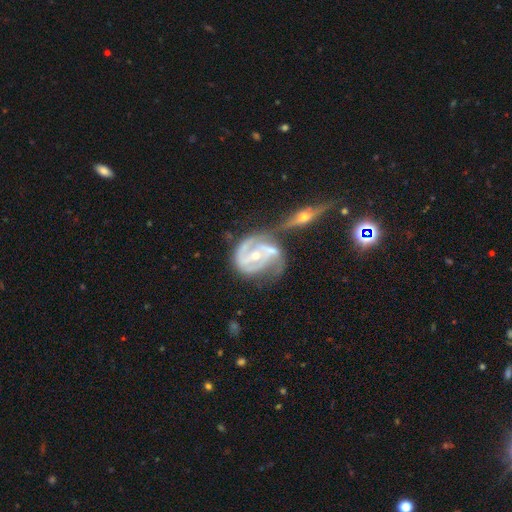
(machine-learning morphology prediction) Q: Smooth or featured?
A: featured or disk (87%); runner-up: smooth (8%)
Q: Edge-on disk?
A: no (97%); runner-up: yes (3%)
Q: Bar?
A: weak (39%); runner-up: no (31%)
Q: Spiral arms?
A: yes (94%); runner-up: no (6%)
Q: Spiral winding?
A: medium (45%); runner-up: tight (40%)
Q: Spiral arm count?
A: 2 (58%); runner-up: 3 (18%)
Q: Bulge size?
A: small (54%); runner-up: moderate (42%)
Q: Merging?
A: merger (43%); runner-up: none (22%)